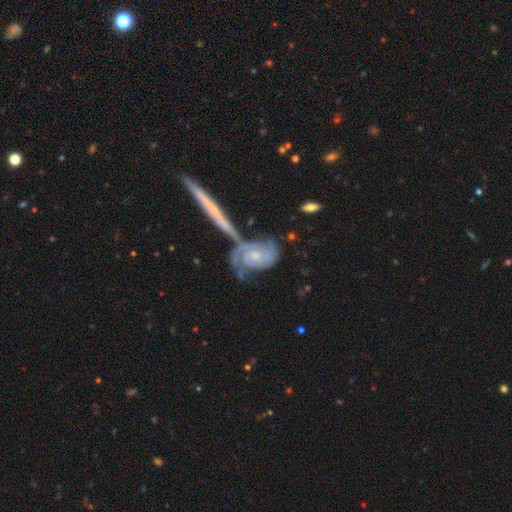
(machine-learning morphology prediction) Smooth or featured?
  - featured or disk: 82% *
  - smooth: 12%
  - star or artifact: 5%
Edge-on disk?
  - no: 91% *
  - yes: 9%
Bar?
  - no: 68% *
  - weak: 25%
  - strong: 7%
Spiral arms?
  - yes: 94% *
  - no: 6%
Spiral winding?
  - tight: 57% *
  - medium: 34%
  - loose: 9%
Spiral arm count?
  - 2: 55% *
  - can't tell: 25%
  - 3: 9%
  - 1: 6%
  - 4: 3%
  - more than 4: 3%
Bulge size?
  - small: 50% *
  - moderate: 40%
  - none: 6%
  - large: 3%
  - dominant: 1%
Merging?
  - none: 43% *
  - merger: 28%
  - minor disturbance: 18%
  - major disturbance: 12%